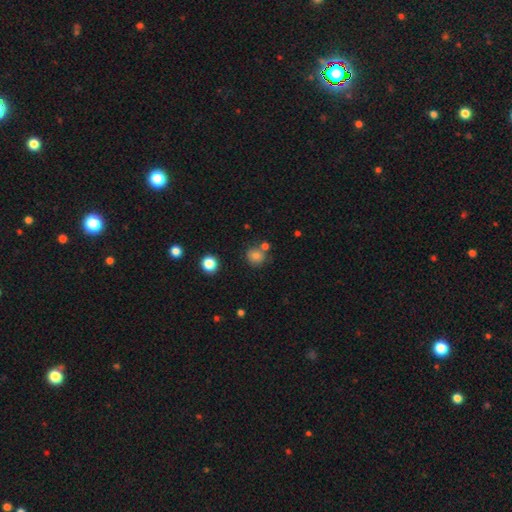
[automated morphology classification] smooth_or_featured: smooth (p=0.78) [alt: star or artifact p=0.14]
how_rounded: round (p=0.87) [alt: in between p=0.12]
merging: none (p=0.71) [alt: merger p=0.14]